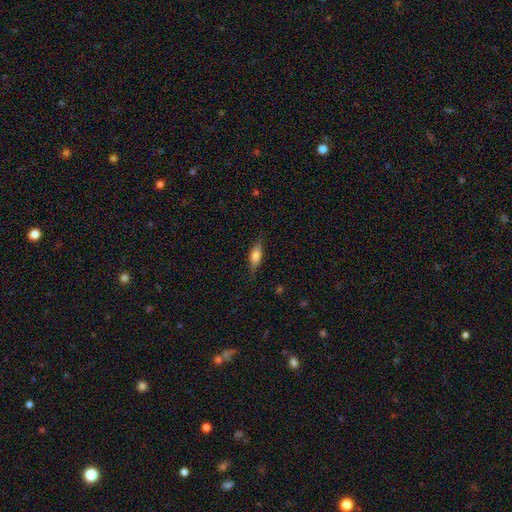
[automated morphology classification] type=smooth (71%); roundness=in between (65%); merging=none (80%).